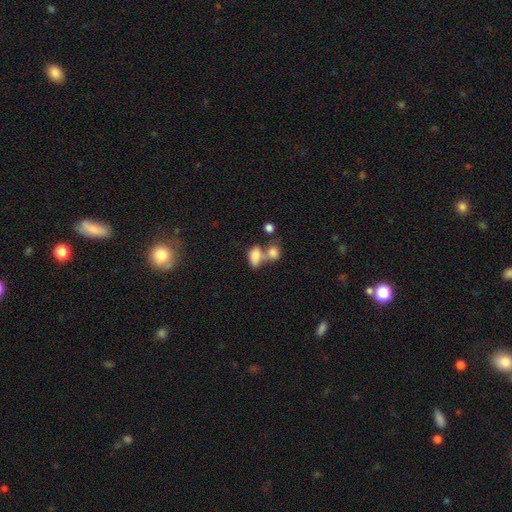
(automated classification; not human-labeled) Smooth or featured?
  - smooth: 79% *
  - featured or disk: 12%
  - star or artifact: 9%
How rounded?
  - in between: 82% *
  - round: 14%
  - cigar-shaped: 3%
Merging?
  - merger: 55% *
  - none: 27%
  - minor disturbance: 11%
  - major disturbance: 7%